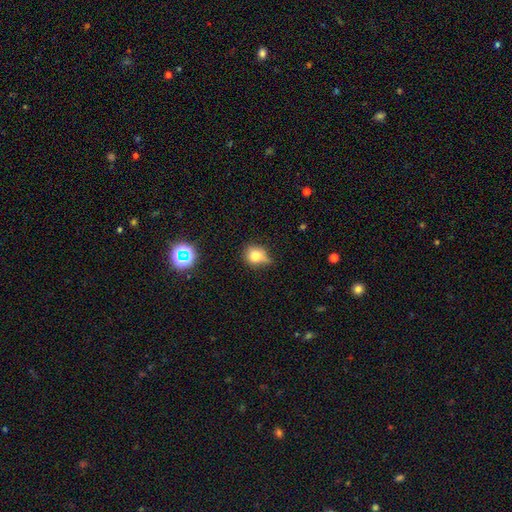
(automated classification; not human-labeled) A smooth galaxy with no disk features (75%) that is round (71%). Merging: none (50%).